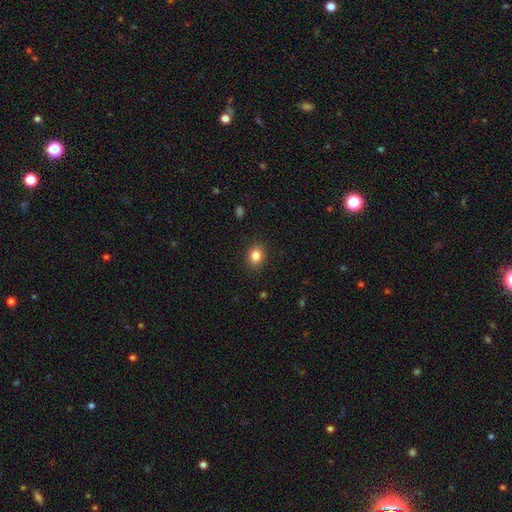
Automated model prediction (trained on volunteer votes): Overall: smooth (84%). How rounded: in between (51%; round 48%). Merging: none (88%).